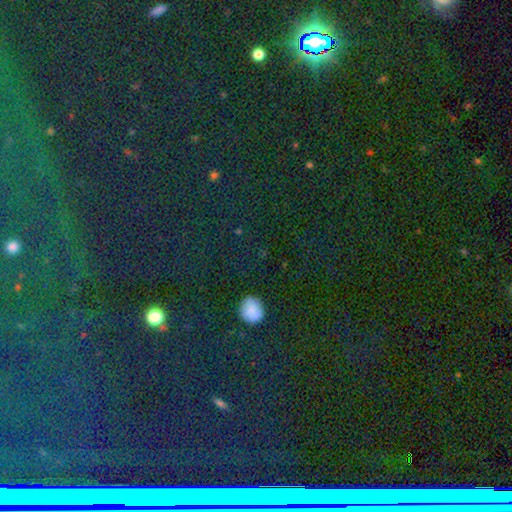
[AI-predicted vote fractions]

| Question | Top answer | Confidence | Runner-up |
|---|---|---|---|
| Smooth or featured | star or artifact | 78% | smooth (13%) |